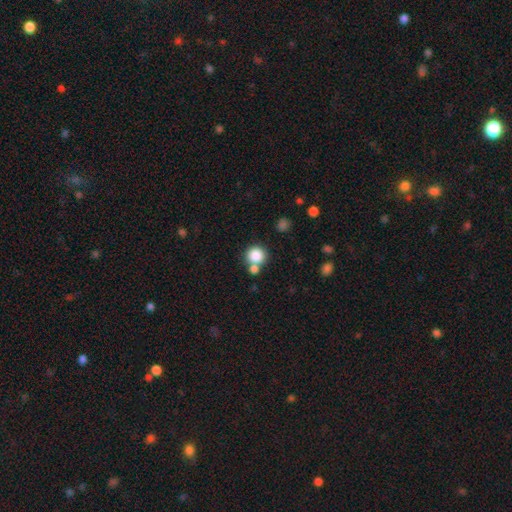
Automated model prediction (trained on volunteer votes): smooth 83%, star or artifact 10%, featured or disk 6%. Down the decision tree: how rounded — round (91%); merging — none (61%).